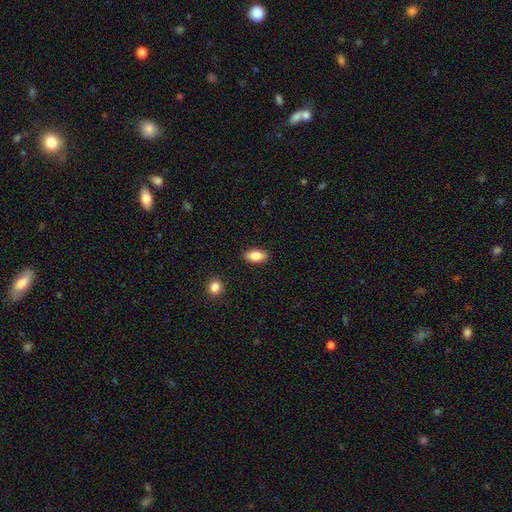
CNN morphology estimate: The model was most divided on "smooth or featured": smooth: 84%, featured or disk: 9%, star or artifact: 7%. More confident: how rounded — in between (91%); merging — none (89%).